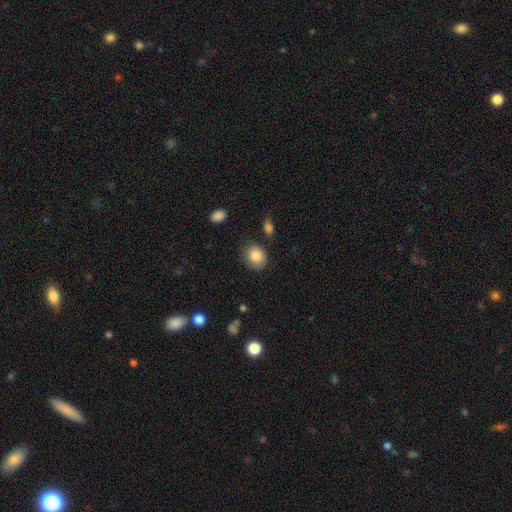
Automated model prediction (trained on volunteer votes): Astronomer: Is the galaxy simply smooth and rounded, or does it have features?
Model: smooth — 86%.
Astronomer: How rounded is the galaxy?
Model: round — 67%.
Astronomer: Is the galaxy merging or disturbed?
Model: none — 80%.